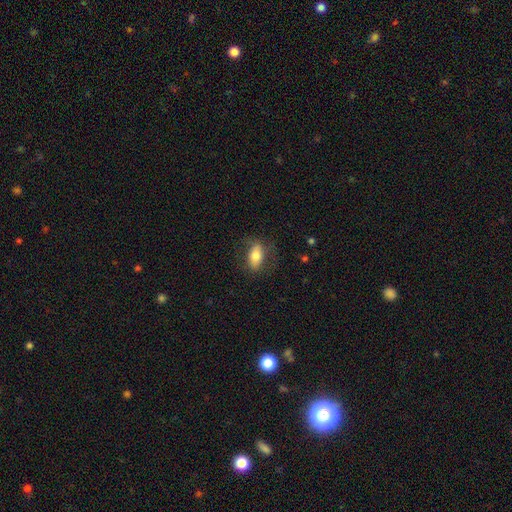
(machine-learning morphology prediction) Q: Smooth or featured?
A: smooth (71%); runner-up: featured or disk (22%)
Q: How rounded?
A: in between (83%); runner-up: cigar-shaped (11%)
Q: Merging?
A: none (74%); runner-up: minor disturbance (17%)